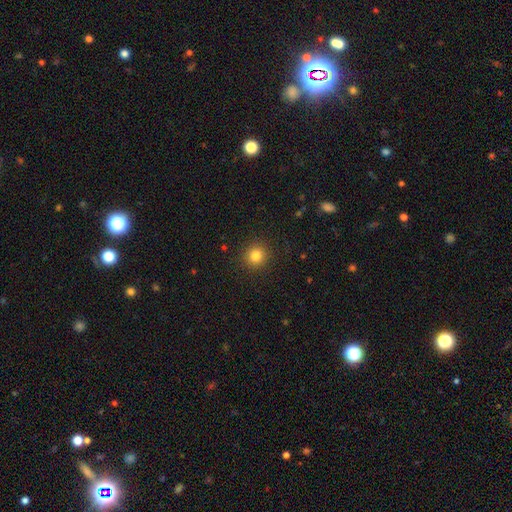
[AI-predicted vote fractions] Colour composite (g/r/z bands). It shows a smooth galaxy with no disk features (81%) that is round (92%). Merging: none (91%).